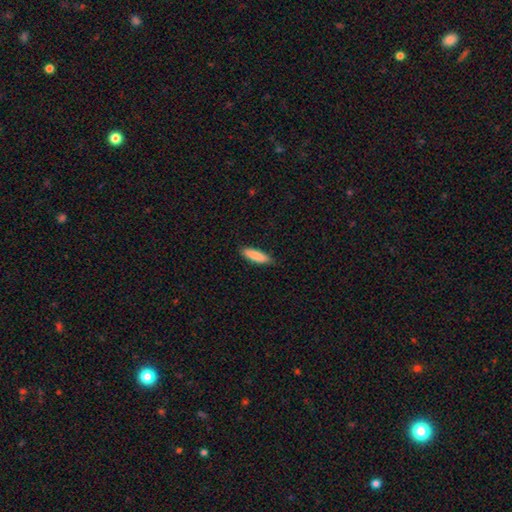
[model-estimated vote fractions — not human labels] Smooth or featured: smooth — 86% (featured or disk — 8%)
How rounded: cigar-shaped — 67% (in between — 32%)
Merging: none — 85% (minor disturbance — 12%)